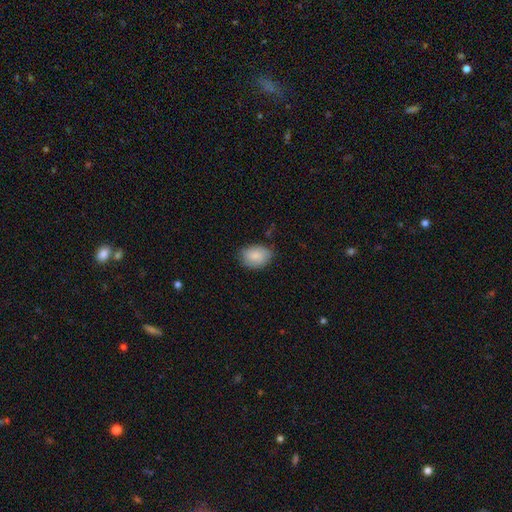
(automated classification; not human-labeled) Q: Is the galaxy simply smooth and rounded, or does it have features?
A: smooth — 83%.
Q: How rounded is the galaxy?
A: in between — 80%.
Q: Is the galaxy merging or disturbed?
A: none — 77%.